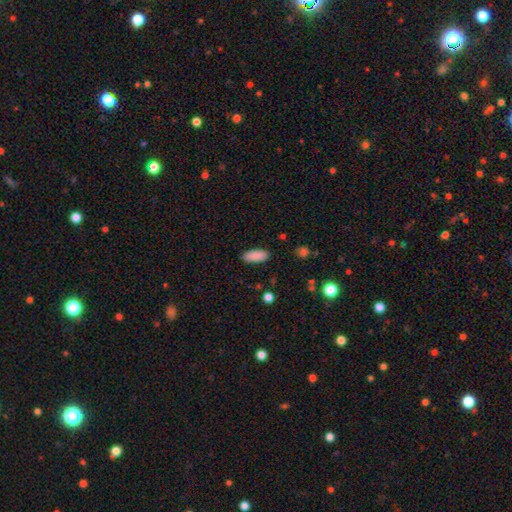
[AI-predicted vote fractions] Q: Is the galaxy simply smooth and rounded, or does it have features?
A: smooth — 89%.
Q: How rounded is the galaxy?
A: in between — 82%.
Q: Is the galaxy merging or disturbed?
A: none — 89%.